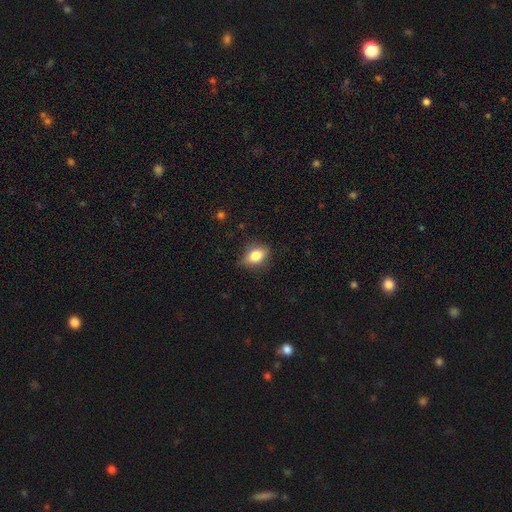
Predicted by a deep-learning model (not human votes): This appears to be a smooth galaxy with no disk features (80%) that is in between round and cigar-shaped (72%). Merging: none (76%).